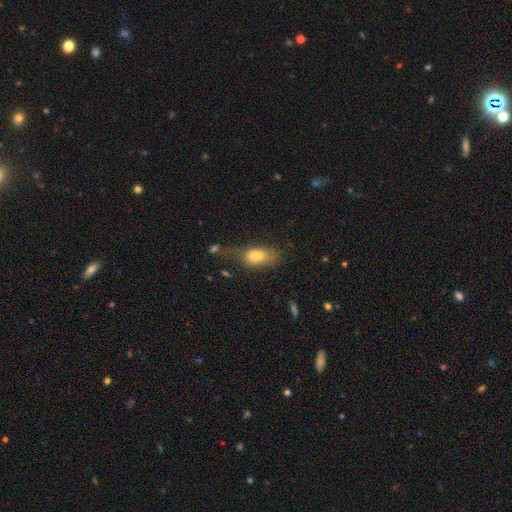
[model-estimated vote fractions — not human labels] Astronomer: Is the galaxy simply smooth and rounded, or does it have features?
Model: smooth — 78%.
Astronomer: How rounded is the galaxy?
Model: in between — 84%.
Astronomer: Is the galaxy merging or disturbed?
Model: none — 50% (runner-up: minor disturbance, 27%).